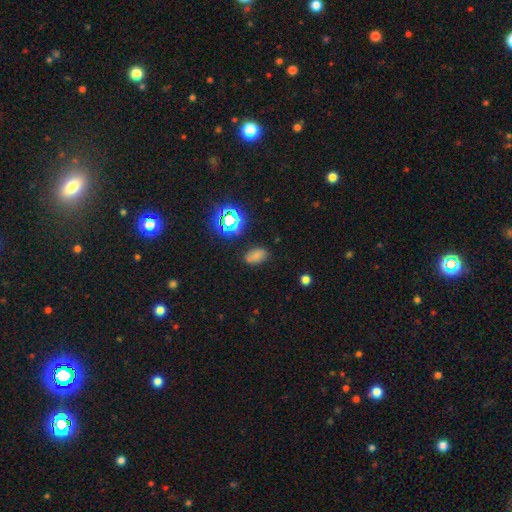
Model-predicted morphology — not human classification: Smooth or featured? smooth (68%)
How rounded? in between (89%)
Merging? none (78%)